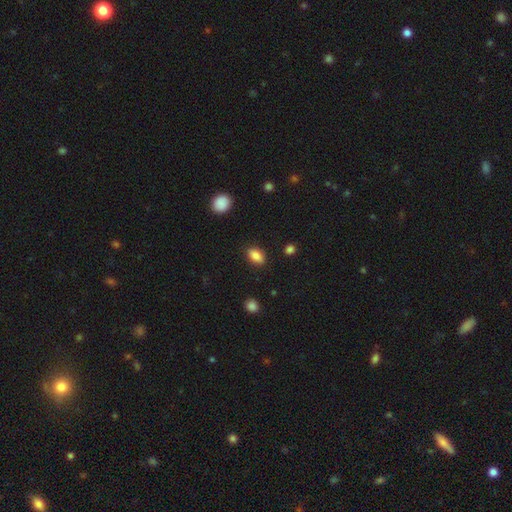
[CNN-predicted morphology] Overall: smooth (86%). How rounded: in between (87%). Merging: none (85%).